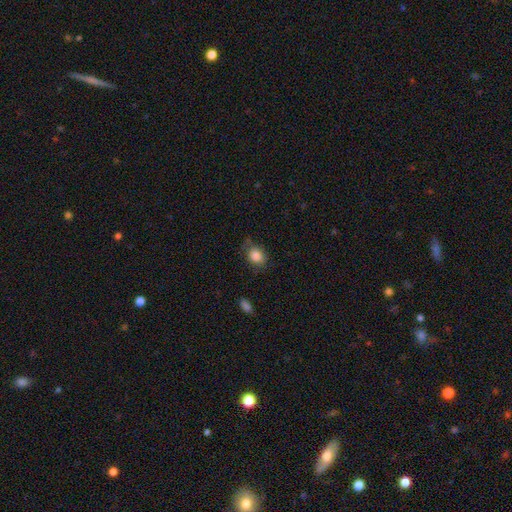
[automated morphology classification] A smooth galaxy with no disk features (85%) that is in between round and cigar-shaped (52%).

Vote fractions:
- Smooth or featured? smooth: 85% / star or artifact: 9% / featured or disk: 6%
- How rounded? in between: 52% / round: 47% / cigar-shaped: 1%
- Merging? none: 62% / minor disturbance: 27% / major disturbance: 8% / merger: 2%